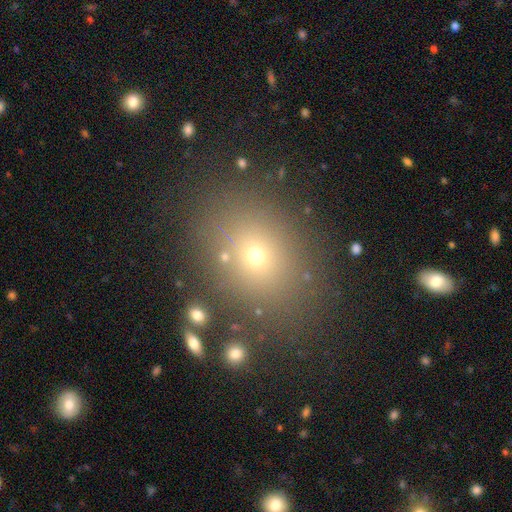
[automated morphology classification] Smooth or featured?
  - smooth: 66% *
  - star or artifact: 22%
  - featured or disk: 12%
How rounded?
  - in between: 52% *
  - round: 46%
  - cigar-shaped: 2%
Merging?
  - none: 80% *
  - minor disturbance: 11%
  - major disturbance: 5%
  - merger: 4%